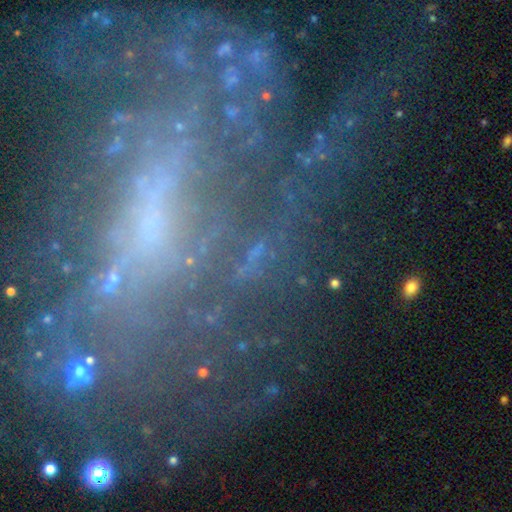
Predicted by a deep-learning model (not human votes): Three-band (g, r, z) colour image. It shows a star or artifact, not a galaxy (46%).